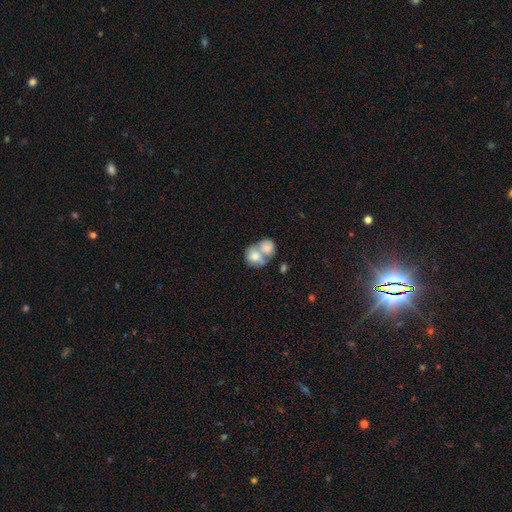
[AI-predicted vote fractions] Smooth or featured? smooth (71%)
How rounded? round (59%)
Merging? merger (72%)